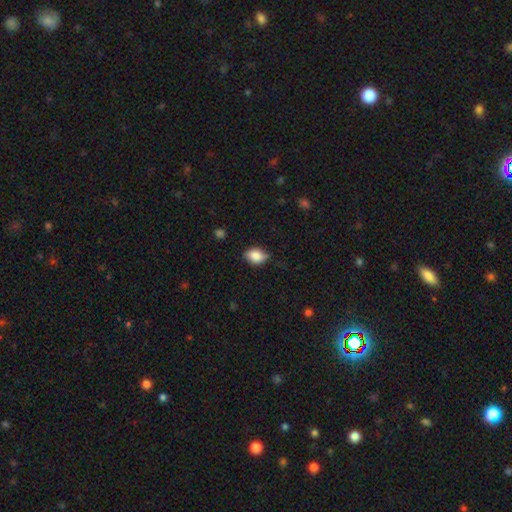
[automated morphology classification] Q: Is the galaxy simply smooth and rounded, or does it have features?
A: smooth — 81%.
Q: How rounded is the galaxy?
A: in between — 78%.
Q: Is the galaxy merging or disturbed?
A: none — 74%.